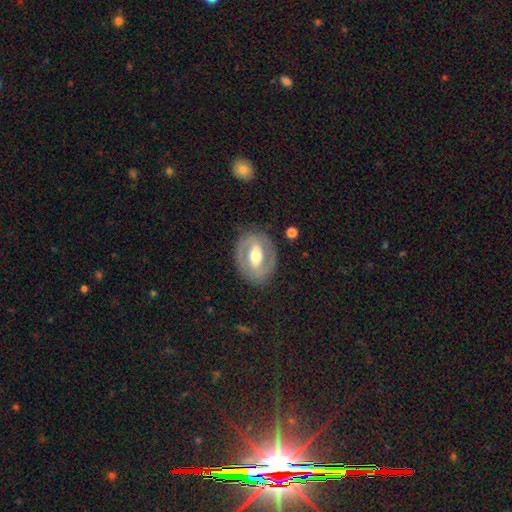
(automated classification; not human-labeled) A featured or disk galaxy (71%) with a strong bar (40%), spiral arms (60%) and a moderate central bulge (69%). Merging: none (81%).